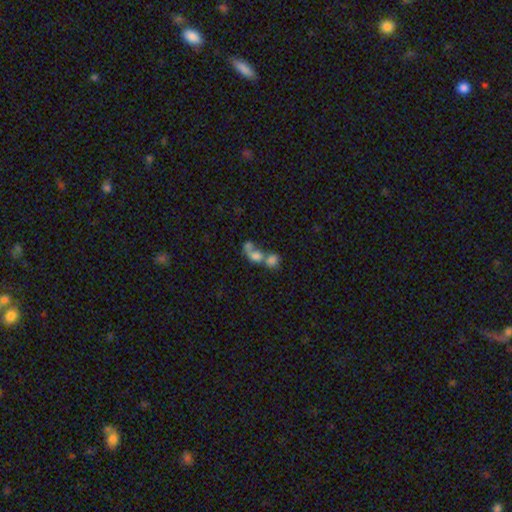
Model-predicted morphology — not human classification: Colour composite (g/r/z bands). It shows a smooth galaxy with no disk features (70%) that is in between round and cigar-shaped (51%). Merging: merger (75%).